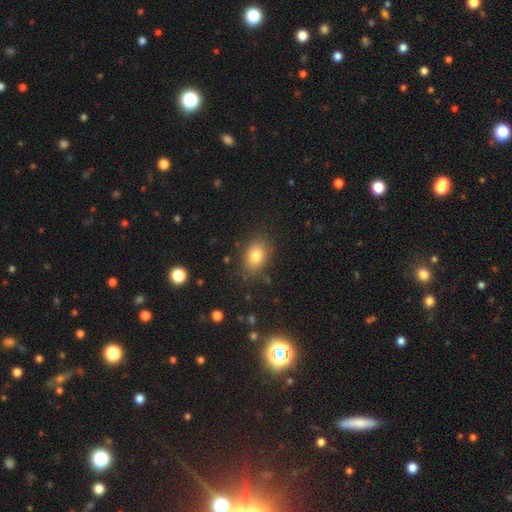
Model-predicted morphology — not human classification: A smooth galaxy with no disk features (81%) that is in between round and cigar-shaped (74%).

Vote fractions:
- Smooth or featured? smooth: 81% / star or artifact: 10% / featured or disk: 9%
- How rounded? in between: 74% / round: 25% / cigar-shaped: 1%
- Merging? none: 83% / minor disturbance: 12% / major disturbance: 4% / merger: 2%